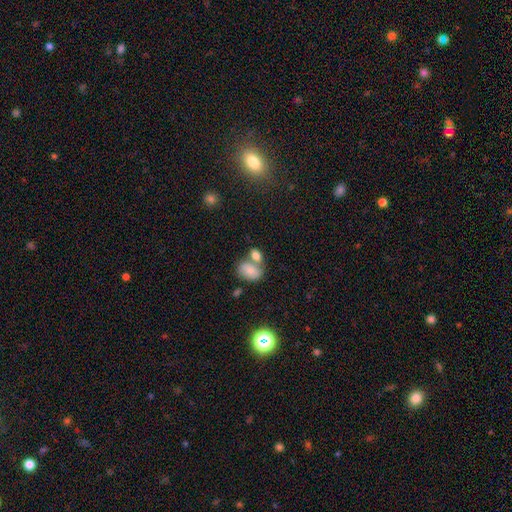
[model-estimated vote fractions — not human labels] smooth-or-featured: smooth: 78% | featured or disk: 13% | star or artifact: 10%
  how-rounded: in between: 79% | round: 19% | cigar-shaped: 2%
  merging: merger: 48% | none: 38% | minor disturbance: 10% | major disturbance: 4%